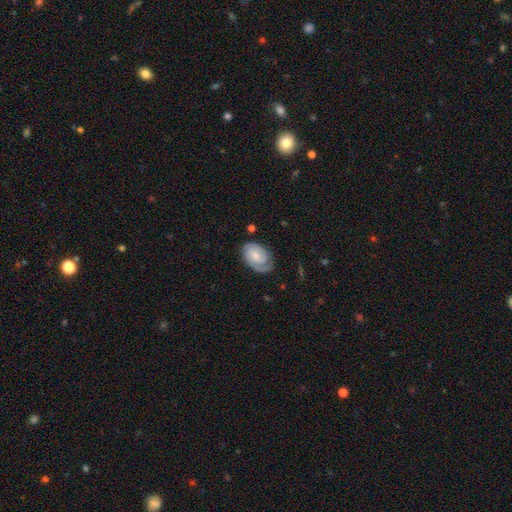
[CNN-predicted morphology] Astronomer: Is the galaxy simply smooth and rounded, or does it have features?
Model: featured or disk — 71%.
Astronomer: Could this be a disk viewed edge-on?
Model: no — 97%.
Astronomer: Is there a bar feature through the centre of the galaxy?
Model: no — 58% (runner-up: weak, 36%).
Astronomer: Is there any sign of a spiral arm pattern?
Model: yes — 93%.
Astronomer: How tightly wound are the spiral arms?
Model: tight — 64%.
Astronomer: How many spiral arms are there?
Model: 2 — 46% (runner-up: 1, 35%).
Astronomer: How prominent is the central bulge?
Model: small — 47% (runner-up: moderate, 39%).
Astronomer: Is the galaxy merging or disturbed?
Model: none — 70%.